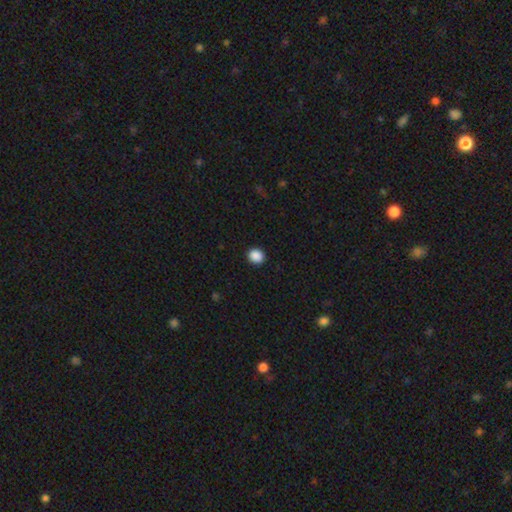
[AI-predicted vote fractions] Q: Smooth or featured?
A: smooth (89%); runner-up: star or artifact (9%)
Q: How rounded?
A: round (72%); runner-up: in between (27%)
Q: Merging?
A: none (91%); runner-up: minor disturbance (6%)